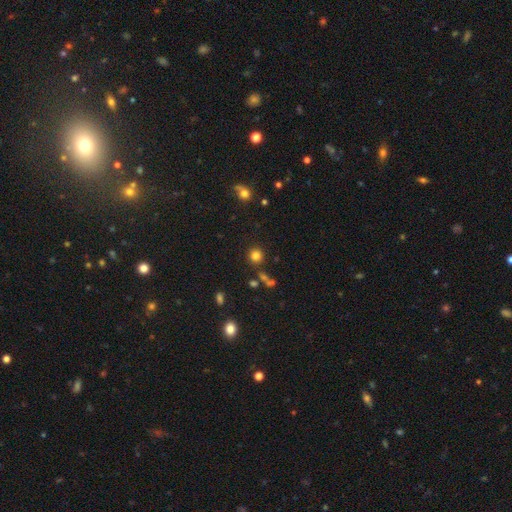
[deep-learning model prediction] Smooth or featured? Predicted: smooth (p=0.79). How rounded? Predicted: round (p=0.92). Merging? Predicted: none (p=0.83).